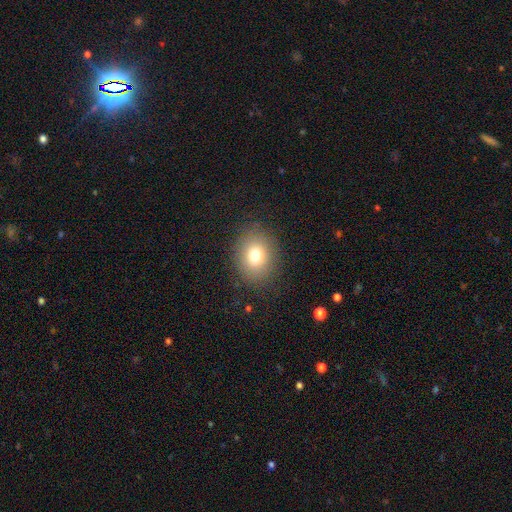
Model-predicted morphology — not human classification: Smooth or featured: smooth — 76% (star or artifact — 13%)
How rounded: round — 62% (in between — 37%)
Merging: none — 86% (minor disturbance — 9%)